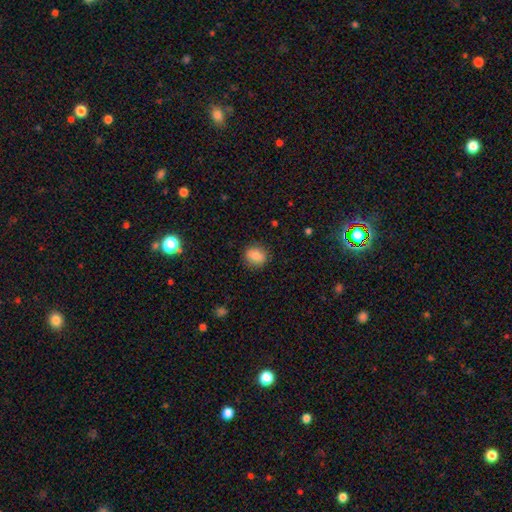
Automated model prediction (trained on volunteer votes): A smooth galaxy with no disk features (82%) that is round (70%). Merging: none (86%).